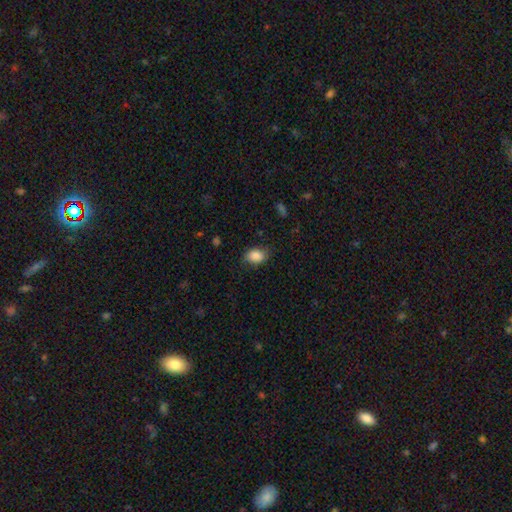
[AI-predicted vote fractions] Smooth or featured?
  - smooth: 87% *
  - star or artifact: 8%
  - featured or disk: 6%
How rounded?
  - in between: 77% *
  - round: 22%
  - cigar-shaped: 1%
Merging?
  - none: 79% *
  - minor disturbance: 16%
  - major disturbance: 4%
  - merger: 1%